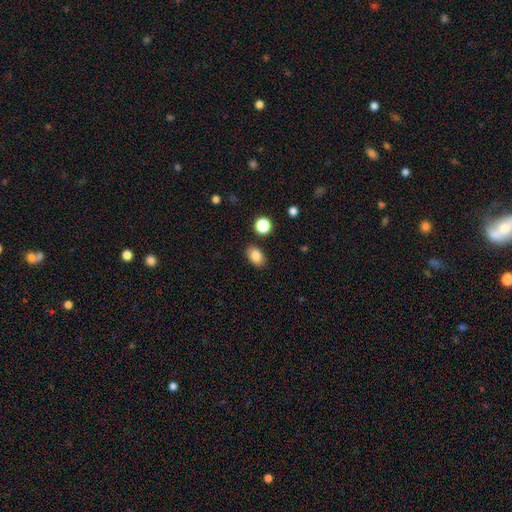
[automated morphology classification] A smooth galaxy with no disk features (84%) that is in between round and cigar-shaped (84%). Merging: none (85%).